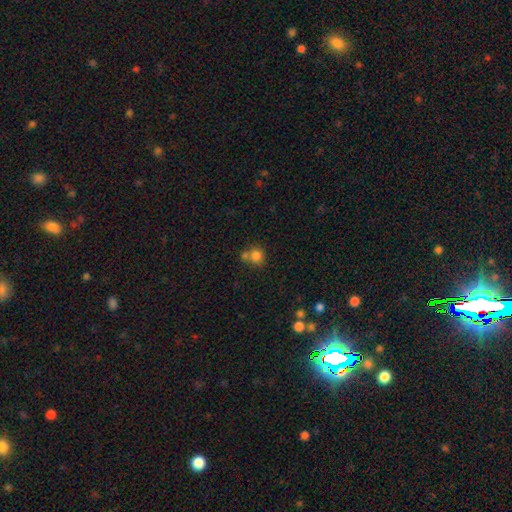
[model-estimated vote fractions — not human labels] Smooth or featured: smooth — 80% (star or artifact — 11%)
How rounded: round — 86% (in between — 13%)
Merging: none — 52% (merger — 34%)